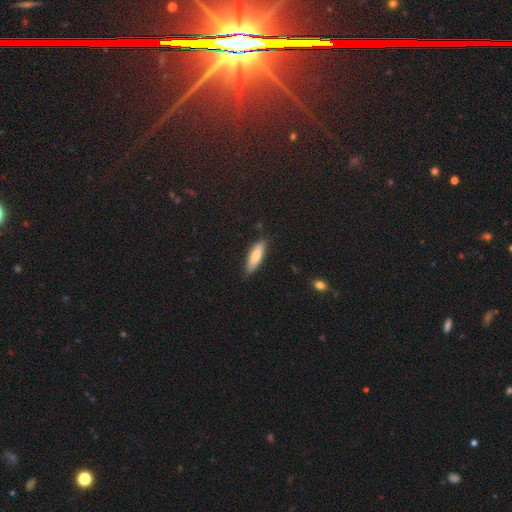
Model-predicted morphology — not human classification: smooth_or_featured: smooth (p=0.72) [alt: featured or disk p=0.22]
how_rounded: cigar-shaped (p=0.52) [alt: in between p=0.46]
merging: none (p=0.83) [alt: minor disturbance p=0.14]